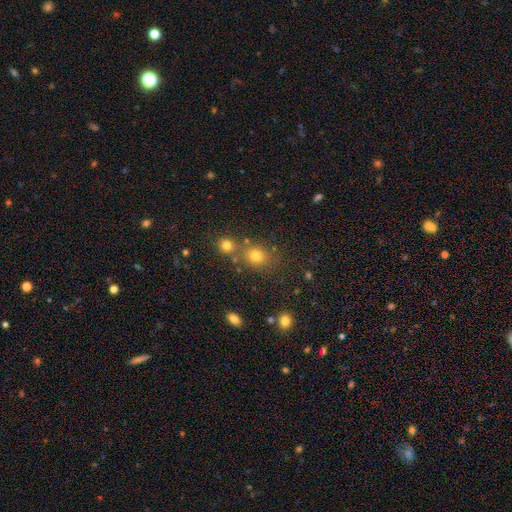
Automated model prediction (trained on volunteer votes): Q: Smooth or featured?
A: smooth (72%); runner-up: star or artifact (18%)
Q: How rounded?
A: round (61%); runner-up: in between (38%)
Q: Merging?
A: none (61%); runner-up: merger (24%)